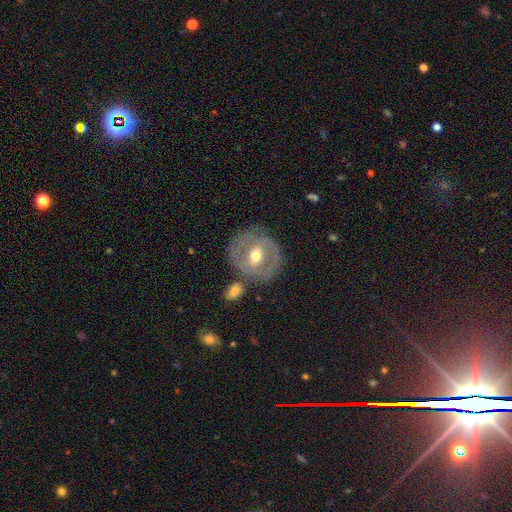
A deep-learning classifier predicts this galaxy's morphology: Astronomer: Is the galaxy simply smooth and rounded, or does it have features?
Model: featured or disk — 71%.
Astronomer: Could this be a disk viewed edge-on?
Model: no — 95%.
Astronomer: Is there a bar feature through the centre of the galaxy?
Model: weak — 49% (runner-up: strong, 27%).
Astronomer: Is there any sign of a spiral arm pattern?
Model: yes — 67%.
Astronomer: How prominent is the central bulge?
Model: moderate — 76%.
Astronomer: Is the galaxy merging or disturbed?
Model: none — 71%.